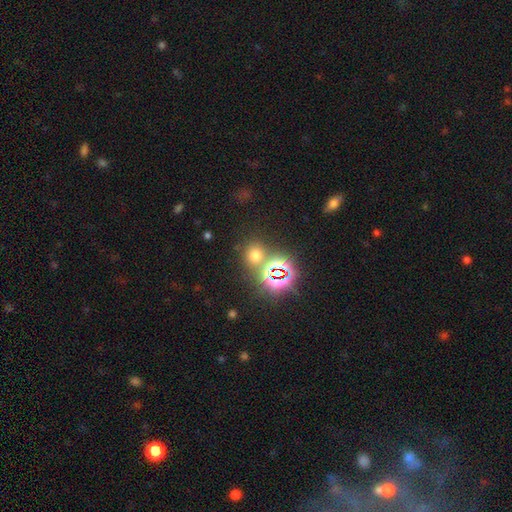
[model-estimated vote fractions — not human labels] The model was most divided on "smooth or featured": smooth: 56%, star or artifact: 37%, featured or disk: 7%. More confident: how rounded — round (80%); merging — none (70%).